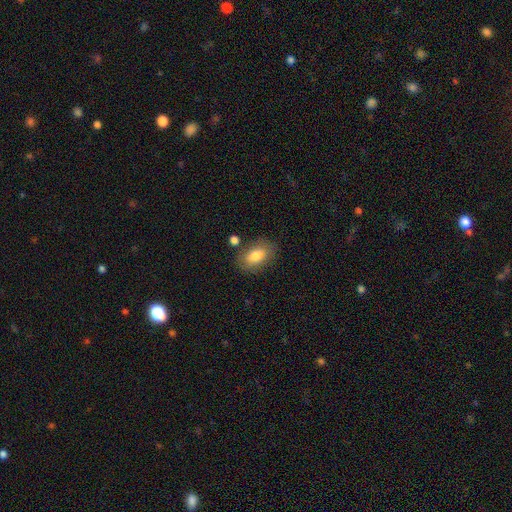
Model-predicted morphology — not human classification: A smooth galaxy with no disk features (81%) that is in between round and cigar-shaped (88%). Merging: none (77%).